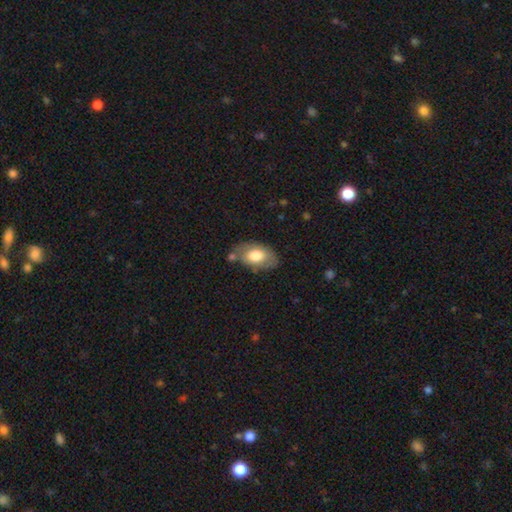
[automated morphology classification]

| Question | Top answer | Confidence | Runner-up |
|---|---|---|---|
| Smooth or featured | smooth | 70% | featured or disk (23%) |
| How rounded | in between | 91% | round (7%) |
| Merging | none | 60% | minor disturbance (23%) |